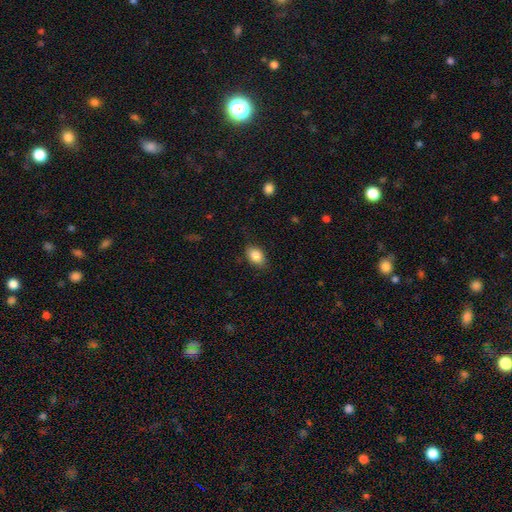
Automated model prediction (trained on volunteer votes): Smooth or featured? Predicted: smooth (p=0.86). How rounded? Predicted: in between (p=0.83). Merging? Predicted: none (p=0.81).